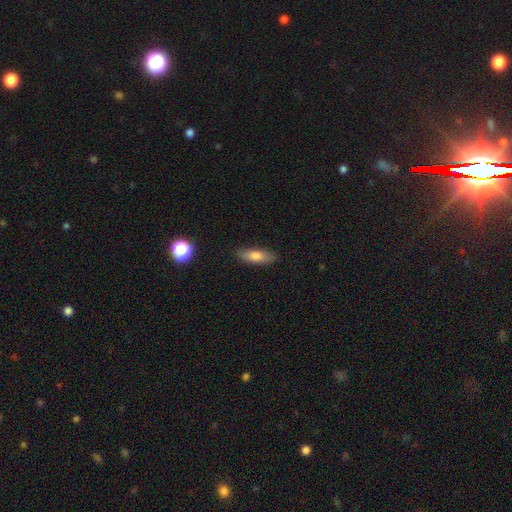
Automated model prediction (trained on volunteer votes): Smooth or featured? Predicted: smooth (p=0.77). How rounded? Predicted: in between (p=0.55). Merging? Predicted: none (p=0.86).